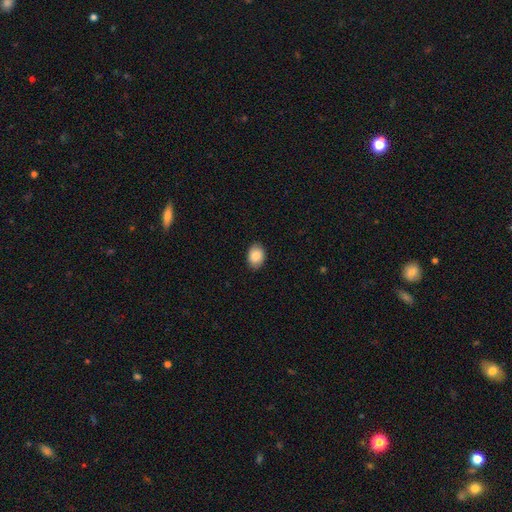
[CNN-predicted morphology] smooth-or-featured: smooth: 87% | star or artifact: 7% | featured or disk: 5%
  how-rounded: in between: 76% | round: 23% | cigar-shaped: 1%
  merging: none: 88% | minor disturbance: 10% | major disturbance: 2% | merger: 1%